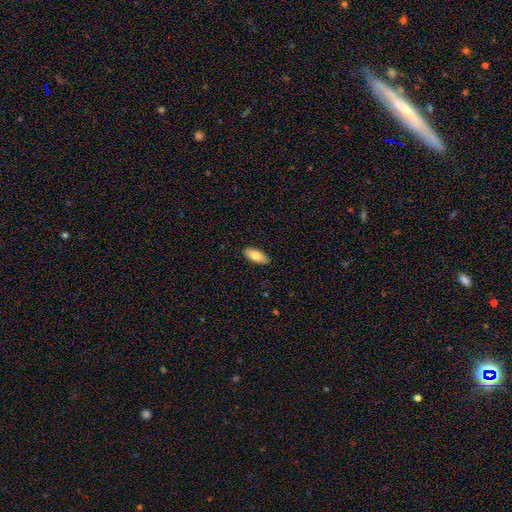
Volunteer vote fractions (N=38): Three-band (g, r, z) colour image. It shows a smooth galaxy with no disk features (76%) that is in between round and cigar-shaped (97%). Merging: none (94%).